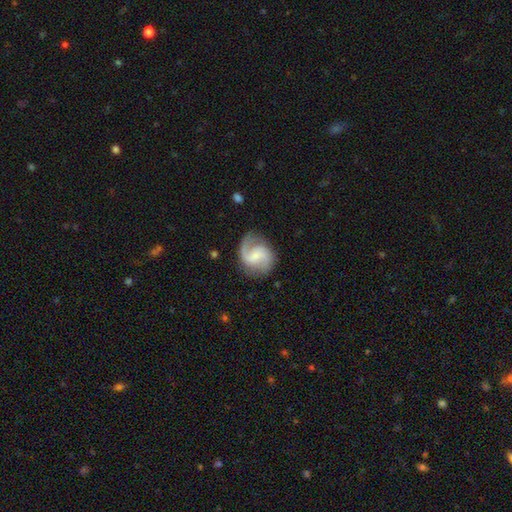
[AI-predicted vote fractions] Overall: featured or disk (81%). Edge-on disk: no (98%). Bar: weak (49%; no 38%). Spiral arms: yes (96%). Spiral arm count: 2 (84%). Spiral winding: medium (50%; loose 32%). Bulge size: small (56%; moderate 24%). Merging: none (75%).